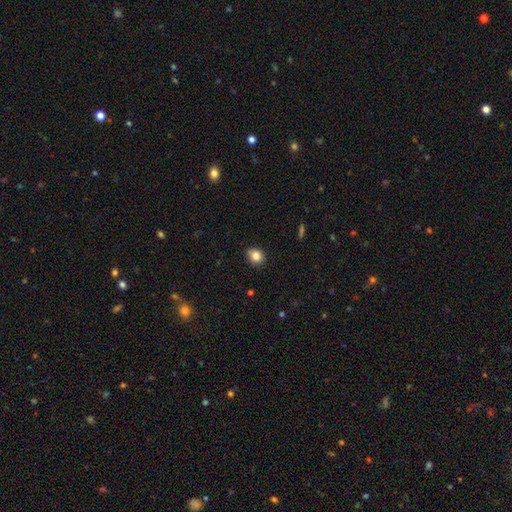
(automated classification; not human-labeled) smooth_or_featured: smooth (p=0.85) [alt: star or artifact p=0.10]
how_rounded: round (p=0.72) [alt: in between p=0.27]
merging: none (p=0.86) [alt: minor disturbance p=0.11]